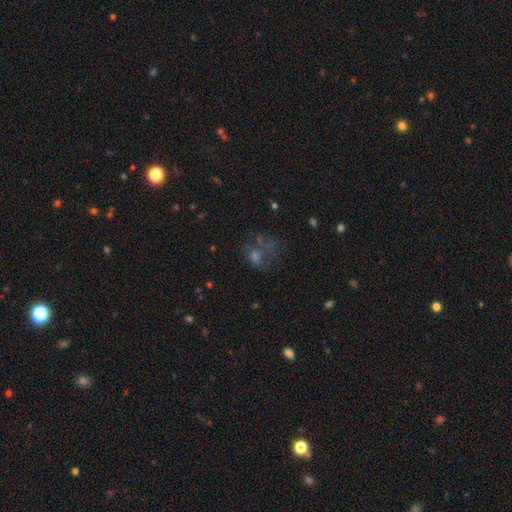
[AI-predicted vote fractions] This is marginally a smooth galaxy (42%). Merging: marginally none (40%).